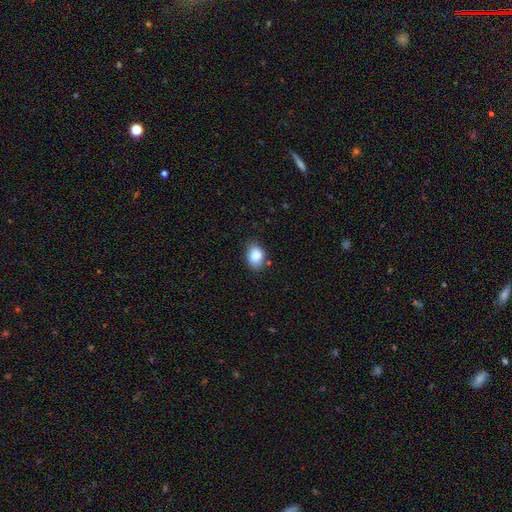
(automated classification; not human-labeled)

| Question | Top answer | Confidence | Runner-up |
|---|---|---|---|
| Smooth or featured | smooth | 85% | star or artifact (8%) |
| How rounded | in between | 71% | round (28%) |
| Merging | none | 76% | minor disturbance (17%) |